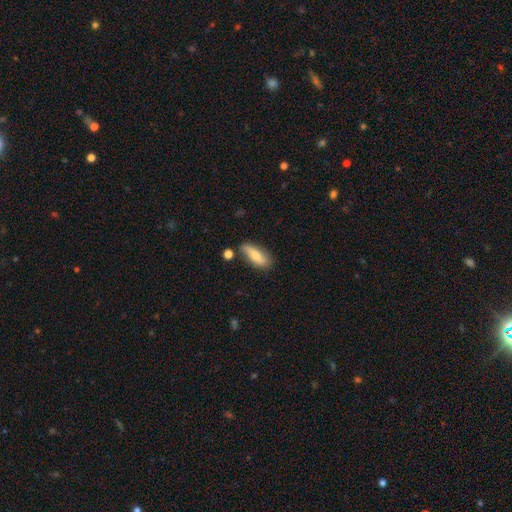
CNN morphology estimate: A smooth galaxy with no disk features (69%) that is in between round and cigar-shaped (68%). Merging: none (65%).